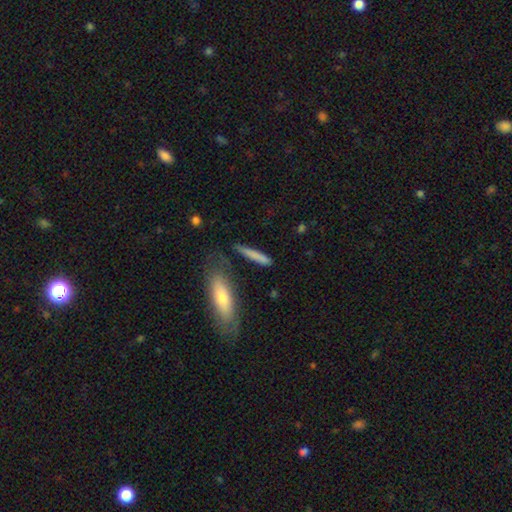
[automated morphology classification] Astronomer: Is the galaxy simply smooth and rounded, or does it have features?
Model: smooth — 74%.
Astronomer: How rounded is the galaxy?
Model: cigar-shaped — 87%.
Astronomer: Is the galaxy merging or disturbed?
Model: none — 73%.